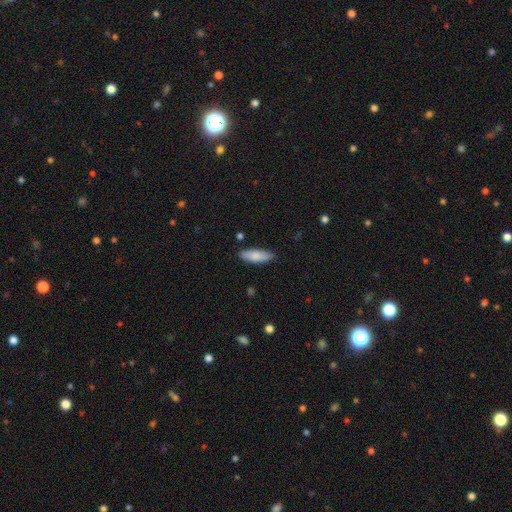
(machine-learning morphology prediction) type=smooth (82%); roundness=in between (67%); merging=none (85%).